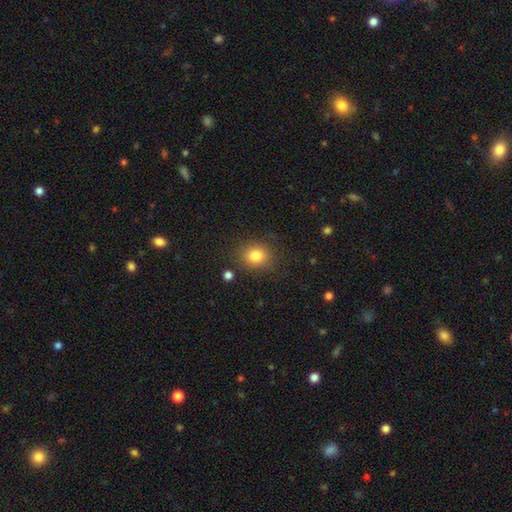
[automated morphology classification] This is clearly a smooth galaxy (82%). How rounded: likely round (73%). Merging: clearly none (85%).